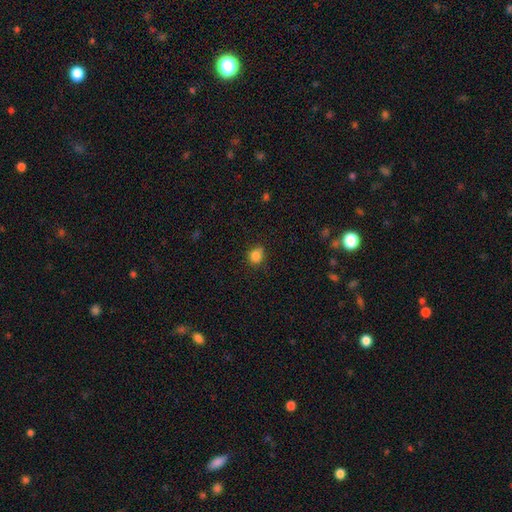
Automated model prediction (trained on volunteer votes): A smooth galaxy with no disk features (84%) that is round (76%).

Vote fractions:
- Smooth or featured? smooth: 84% / star or artifact: 11% / featured or disk: 4%
- How rounded? round: 76% / in between: 23% / cigar-shaped: 1%
- Merging? none: 73% / minor disturbance: 19% / major disturbance: 4% / merger: 3%